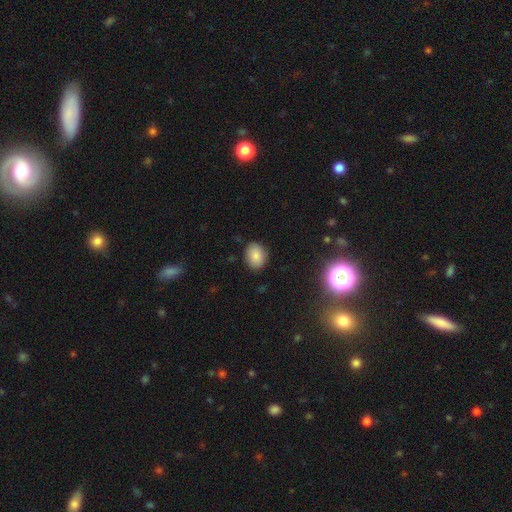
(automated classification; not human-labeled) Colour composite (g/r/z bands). It shows a smooth galaxy with no disk features (83%) that is in between round and cigar-shaped (55%). Merging: none (86%).